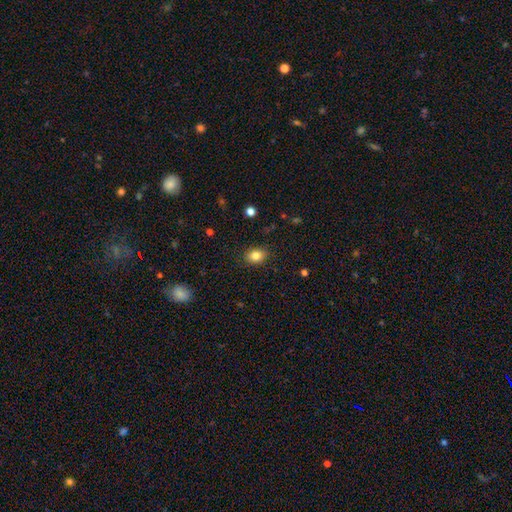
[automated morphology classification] Overall: smooth (84%). How rounded: in between (59%; round 40%). Merging: none (86%).